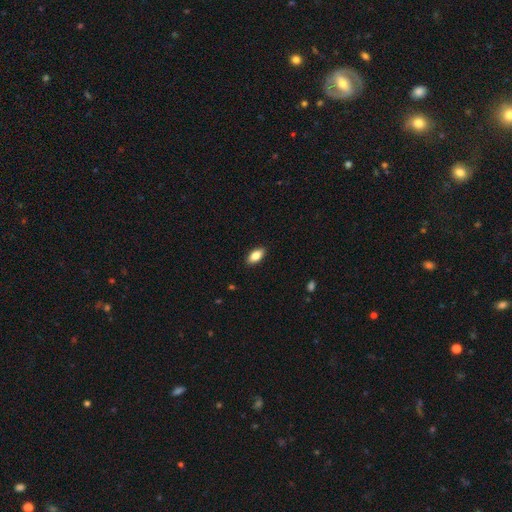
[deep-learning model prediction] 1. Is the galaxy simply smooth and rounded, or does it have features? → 84% smooth, 9% featured or disk, 7% star or artifact.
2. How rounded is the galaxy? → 91% in between, 5% cigar-shaped, 4% round.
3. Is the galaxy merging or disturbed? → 89% none, 8% minor disturbance, 2% major disturbance, 1% merger.